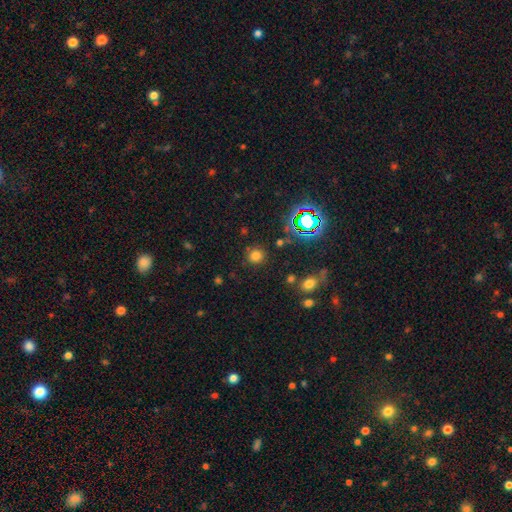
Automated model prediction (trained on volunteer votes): Smooth or featured: smooth — 71% (star or artifact — 23%)
How rounded: round — 89% (in between — 10%)
Merging: none — 85% (minor disturbance — 8%)